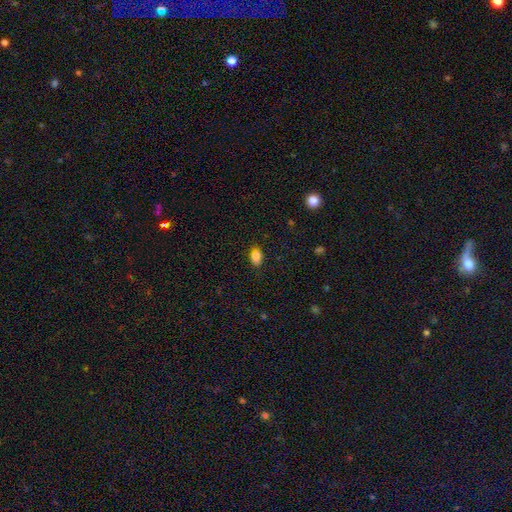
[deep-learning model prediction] Smooth or featured: smooth — 85% (star or artifact — 10%)
How rounded: in between — 83% (round — 15%)
Merging: none — 84% (minor disturbance — 12%)